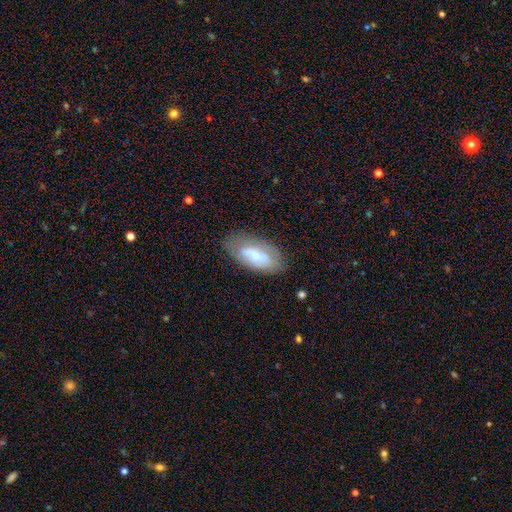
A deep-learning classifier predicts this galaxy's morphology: This appears to be a smooth galaxy with no disk features (47%). Merging: none (70%).